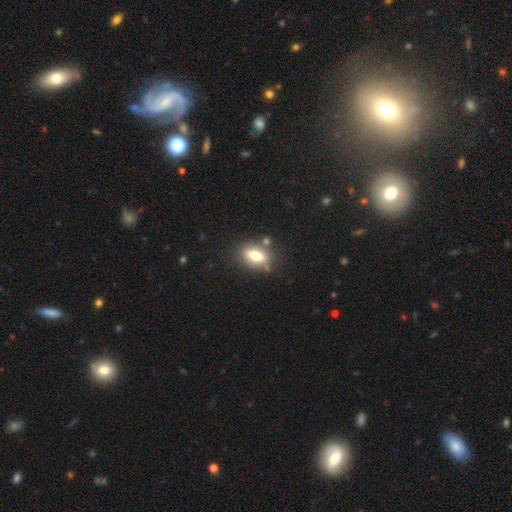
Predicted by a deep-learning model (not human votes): Smooth or featured?
  - smooth: 69% *
  - featured or disk: 22%
  - star or artifact: 9%
How rounded?
  - in between: 78% *
  - round: 14%
  - cigar-shaped: 8%
Merging?
  - none: 75% *
  - minor disturbance: 13%
  - merger: 8%
  - major disturbance: 4%